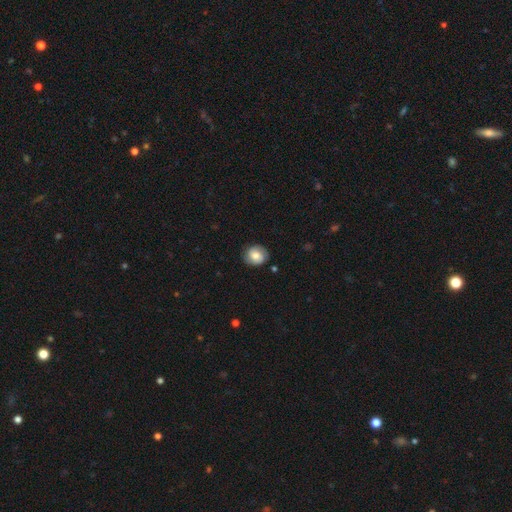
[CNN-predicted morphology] A smooth galaxy with no disk features (61%) that is round (74%).

Vote fractions:
- Smooth or featured? smooth: 61% / featured or disk: 31% / star or artifact: 8%
- How rounded? round: 74% / in between: 25% / cigar-shaped: 1%
- Merging? none: 82% / minor disturbance: 14% / major disturbance: 4% / merger: 1%